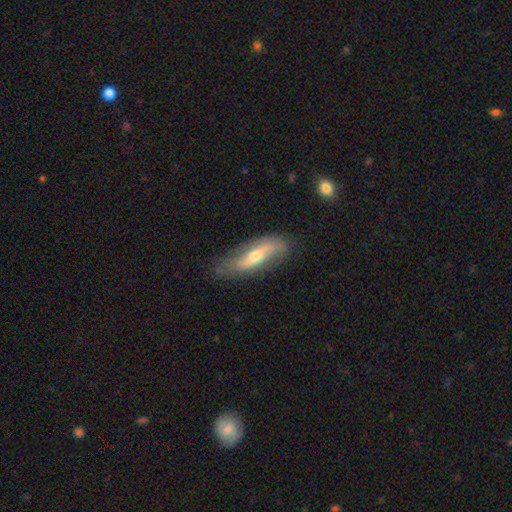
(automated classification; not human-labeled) Overall: featured or disk (64%; smooth 29%). Edge-on disk: no (74%). Merging: none (71%).